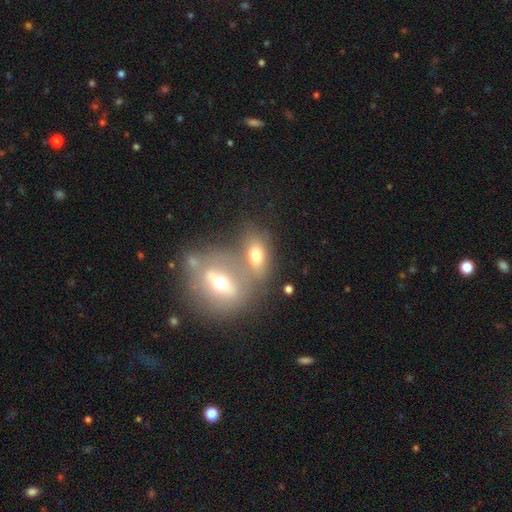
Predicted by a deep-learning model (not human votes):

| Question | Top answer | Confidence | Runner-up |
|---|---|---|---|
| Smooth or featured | smooth | 63% | featured or disk (26%) |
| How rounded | in between | 77% | round (18%) |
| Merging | merger | 43% | none (40%) |